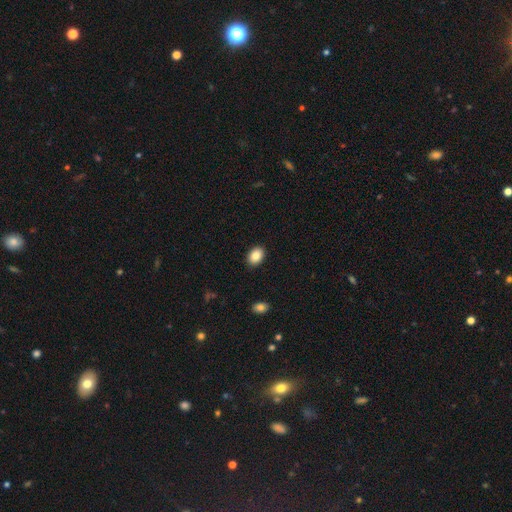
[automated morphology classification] A smooth galaxy with no disk features (87%) that is in between round and cigar-shaped (81%).

Vote fractions:
- Smooth or featured? smooth: 87% / star or artifact: 8% / featured or disk: 6%
- How rounded? in between: 81% / round: 18% / cigar-shaped: 1%
- Merging? none: 90% / minor disturbance: 7% / major disturbance: 2% / merger: 1%